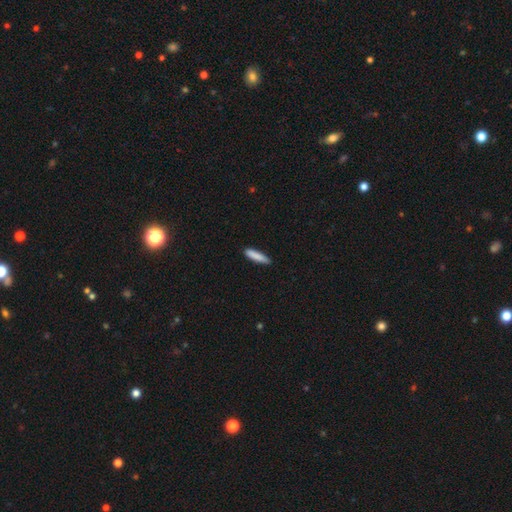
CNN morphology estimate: Smooth or featured? smooth (86%)
How rounded? cigar-shaped (83%)
Merging? none (86%)